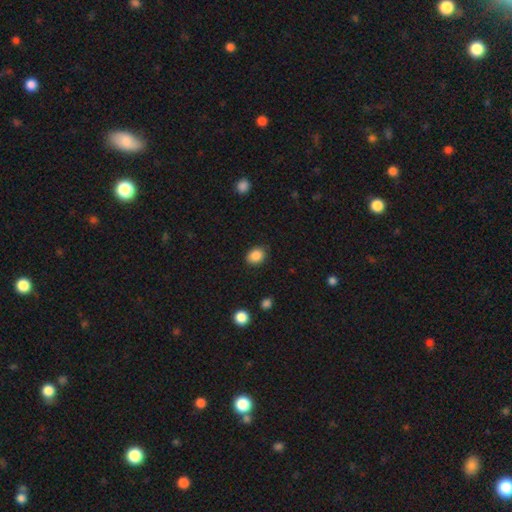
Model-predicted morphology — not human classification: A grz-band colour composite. It shows a smooth galaxy with no disk features (88%) that is in between round and cigar-shaped (52%). Merging: none (86%).